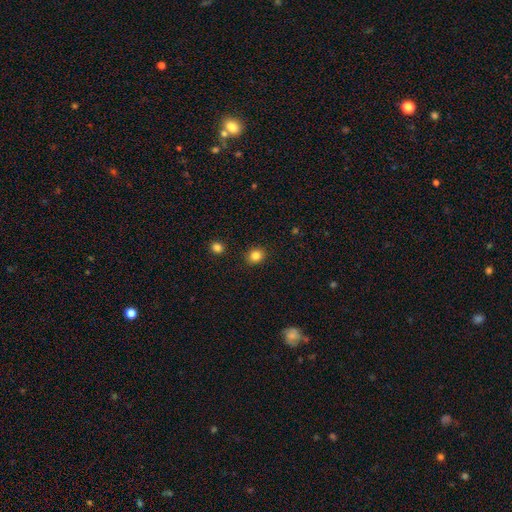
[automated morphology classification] This appears to be a smooth galaxy with no disk features (84%) that is round (69%). Merging: none (90%).